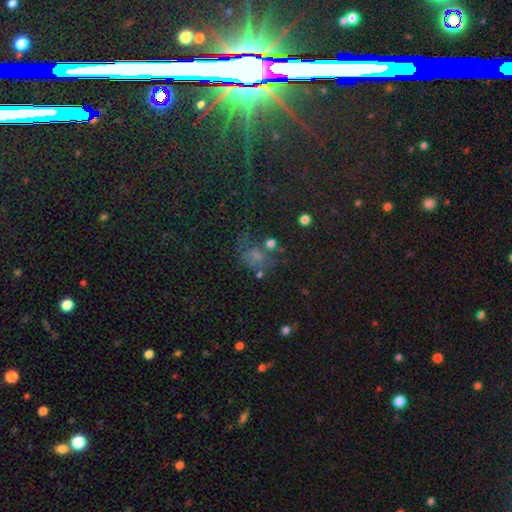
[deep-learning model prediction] A smooth galaxy with no disk features (40%).

Vote fractions:
- Smooth or featured? smooth: 40% / star or artifact: 35% / featured or disk: 25%
- Merging? none: 42% / major disturbance: 26% / minor disturbance: 22% / merger: 10%